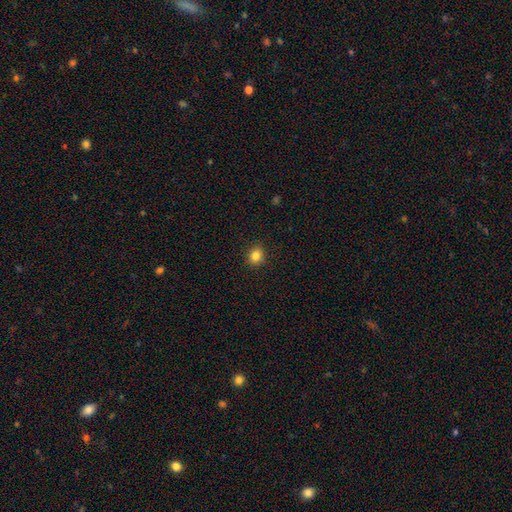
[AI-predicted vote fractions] The model was most divided on "how rounded": round: 78%, in between: 21%, cigar-shaped: 1%. More confident: merging — none (91%); smooth or featured — smooth (84%).